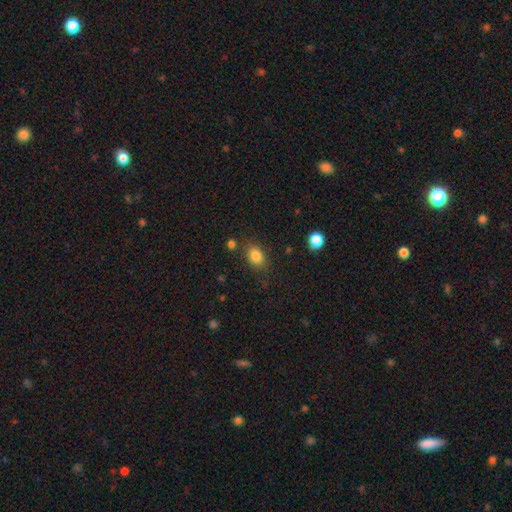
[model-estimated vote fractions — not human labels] This is clearly a smooth galaxy (84%). How rounded: likely in between (74%). Merging: likely none (79%).